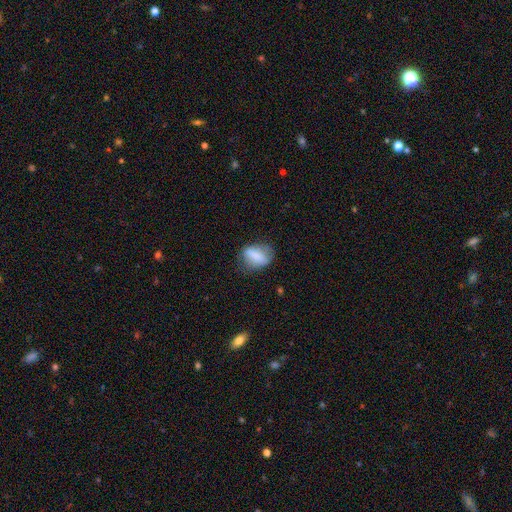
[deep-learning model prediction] This is likely a smooth galaxy (70%). How rounded: likely in between (73%). Merging: possibly none (58%).